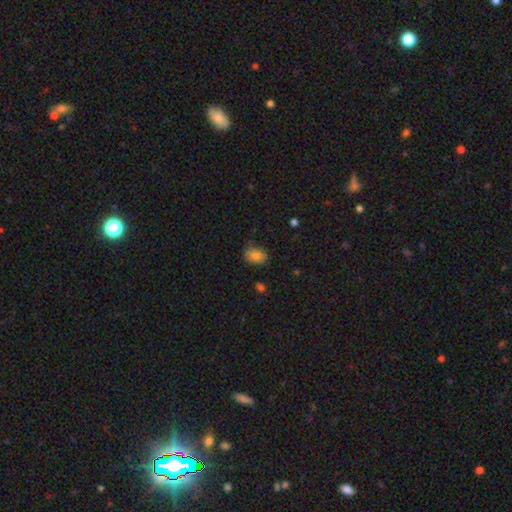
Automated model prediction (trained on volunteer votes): This is clearly a smooth galaxy (81%). How rounded: likely in between (76%). Merging: likely none (75%).